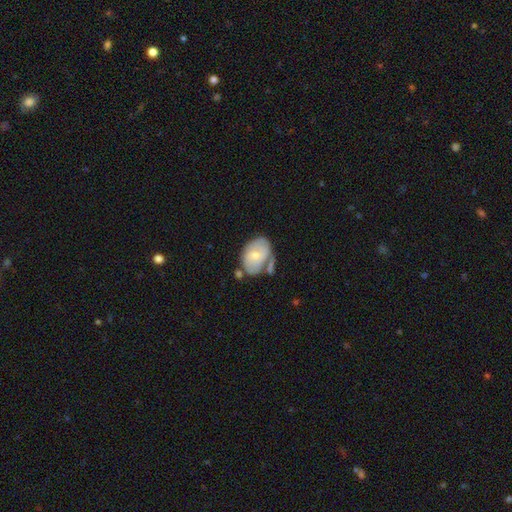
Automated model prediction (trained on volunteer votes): The model was most divided on "smooth or featured": smooth: 52%, featured or disk: 42%, star or artifact: 6%. Remaining: how rounded — in between (78%); merging — none (46%).